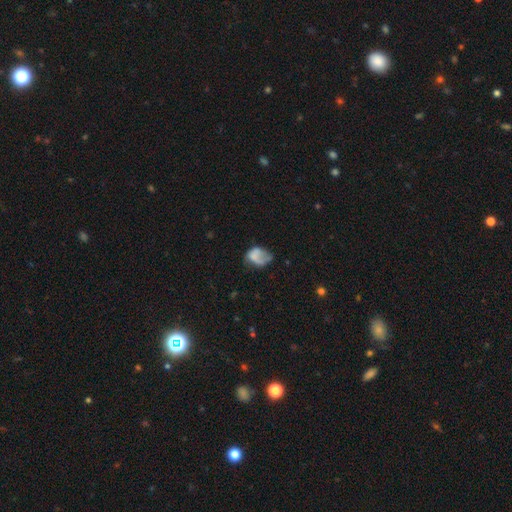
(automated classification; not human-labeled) A smooth galaxy with no disk features (58%) that is in between round and cigar-shaped (73%). Merging: major disturbance (36%).